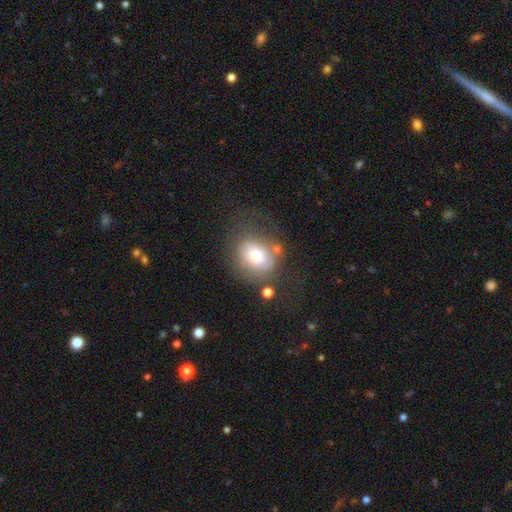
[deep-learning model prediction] Smooth or featured? smooth (56%)
How rounded? round (56%)
Merging? none (49%)